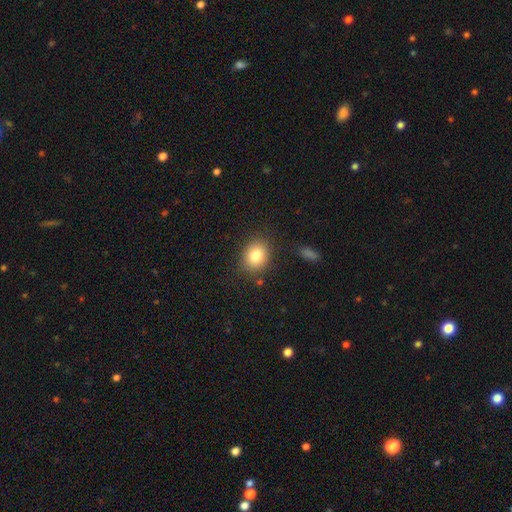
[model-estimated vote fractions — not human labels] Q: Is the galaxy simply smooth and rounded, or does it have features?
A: smooth — 81%.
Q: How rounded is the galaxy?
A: round — 56%.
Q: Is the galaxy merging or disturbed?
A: none — 83%.